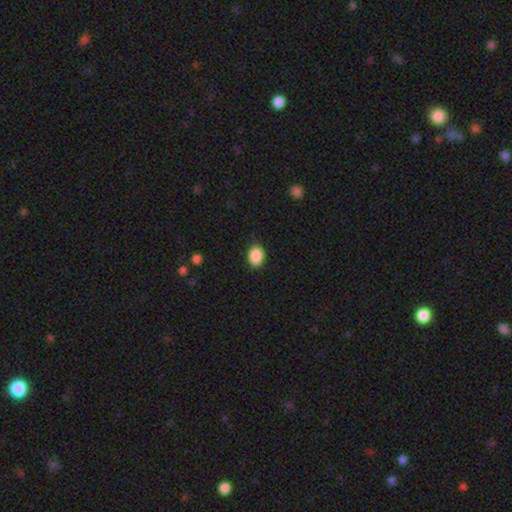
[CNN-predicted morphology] Smooth or featured?
  - smooth: 90% *
  - star or artifact: 8%
  - featured or disk: 3%
How rounded?
  - in between: 71% *
  - round: 28%
  - cigar-shaped: 1%
Merging?
  - none: 87% *
  - minor disturbance: 10%
  - major disturbance: 2%
  - merger: 1%